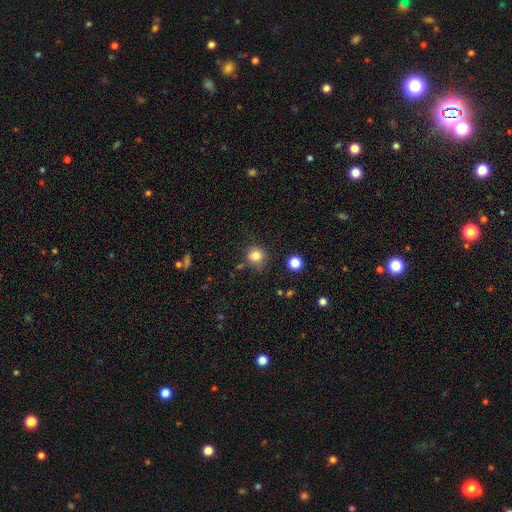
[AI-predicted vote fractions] Smooth or featured? Predicted: smooth (p=0.81). How rounded? Predicted: round (p=0.85). Merging? Predicted: none (p=0.74).